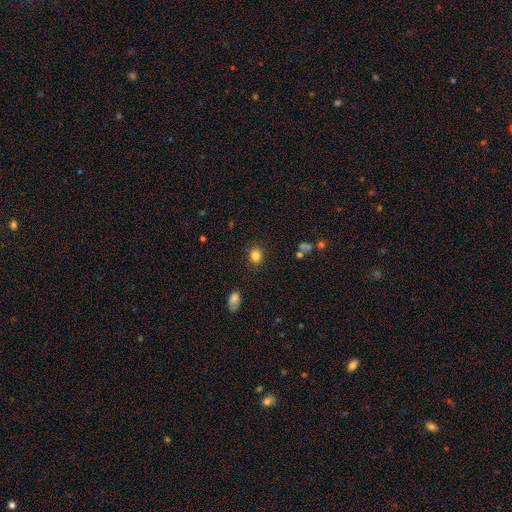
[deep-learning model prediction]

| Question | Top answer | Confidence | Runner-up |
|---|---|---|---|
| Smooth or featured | smooth | 84% | star or artifact (11%) |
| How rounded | round | 67% | in between (32%) |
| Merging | none | 86% | minor disturbance (9%) |